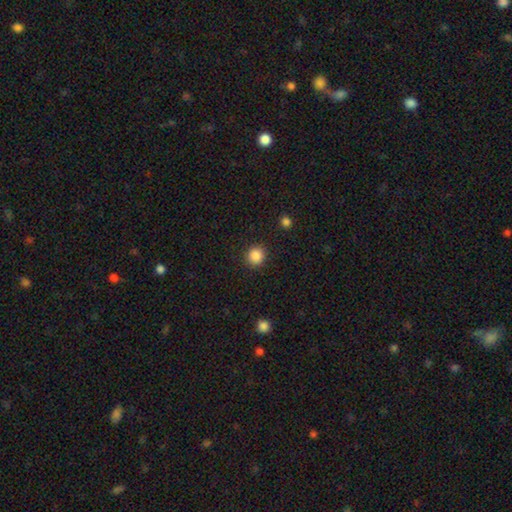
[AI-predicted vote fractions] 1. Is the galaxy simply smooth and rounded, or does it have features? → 87% smooth, 10% star or artifact, 3% featured or disk.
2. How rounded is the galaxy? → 90% round, 9% in between, 1% cigar-shaped.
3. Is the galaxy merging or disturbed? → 90% none, 6% minor disturbance, 2% major disturbance, 1% merger.